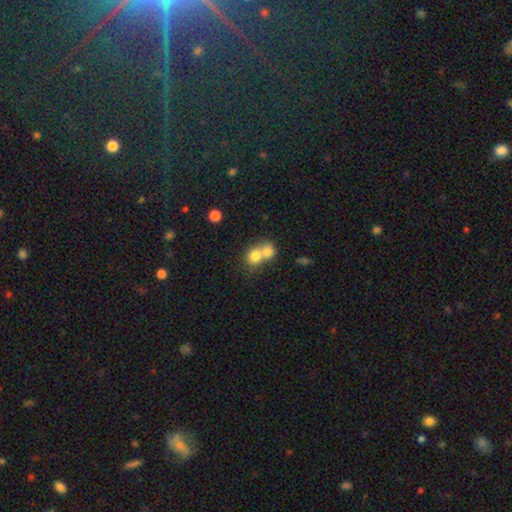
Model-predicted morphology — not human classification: smooth 76%, featured or disk 14%, star or artifact 10%. Down the decision tree: how rounded — round (72%); merging — merger (67%).